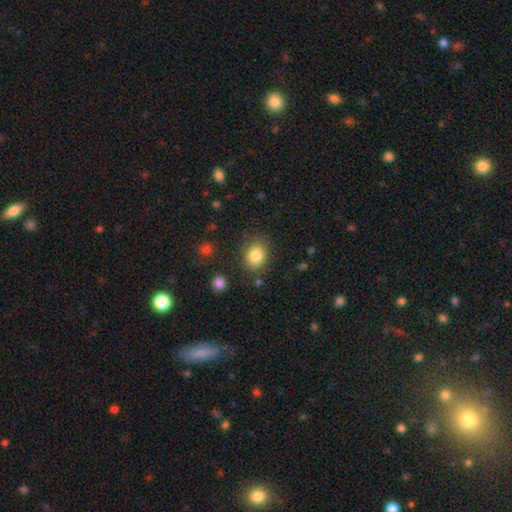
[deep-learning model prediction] Smooth or featured? Predicted: smooth (p=0.84). How rounded? Predicted: in between (p=0.50). Merging? Predicted: none (p=0.81).